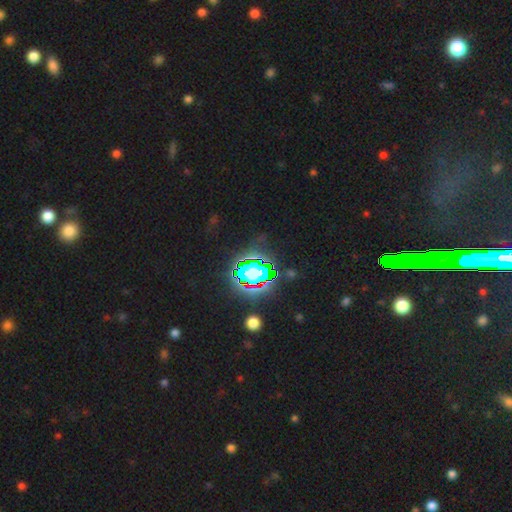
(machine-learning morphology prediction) Smooth or featured?
  - star or artifact: 80% *
  - smooth: 12%
  - featured or disk: 8%